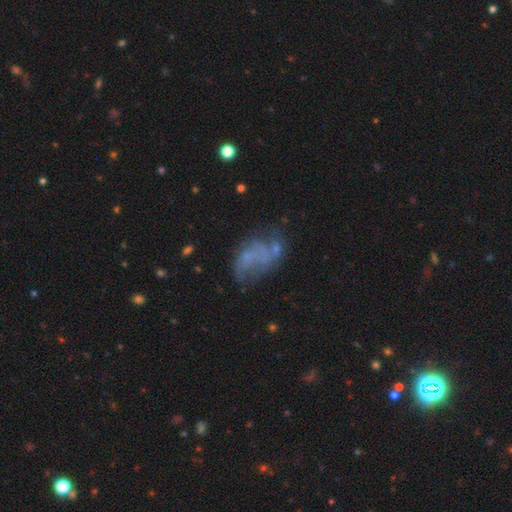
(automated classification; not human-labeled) Q: Smooth or featured?
A: featured or disk (53%); runner-up: smooth (32%)
Q: Edge-on disk?
A: no (97%); runner-up: yes (3%)
Q: Bar?
A: no (84%); runner-up: weak (12%)
Q: Spiral arms?
A: no (68%); runner-up: yes (32%)
Q: Bulge size?
A: none (76%); runner-up: small (16%)
Q: Merging?
A: none (37%); runner-up: major disturbance (29%)